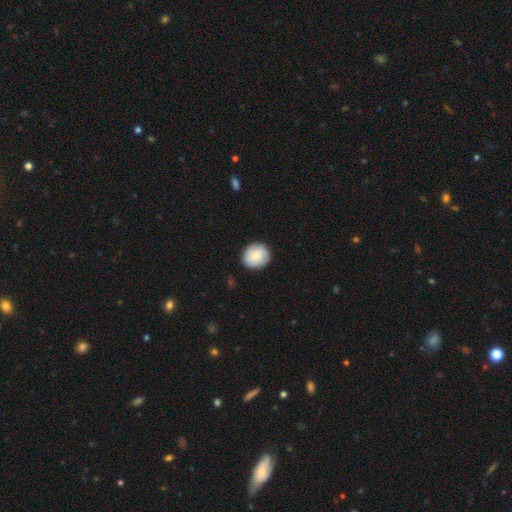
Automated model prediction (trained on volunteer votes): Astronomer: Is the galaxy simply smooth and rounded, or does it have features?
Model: smooth — 80%.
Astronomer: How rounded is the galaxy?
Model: round — 83%.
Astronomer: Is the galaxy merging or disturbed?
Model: none — 88%.